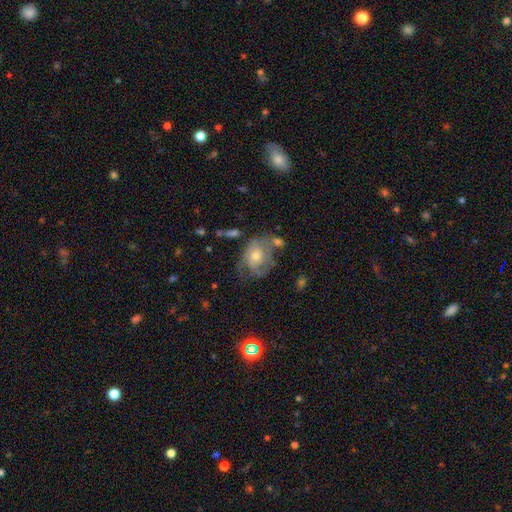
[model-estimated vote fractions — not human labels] smooth_or_featured: featured or disk (p=0.57) [alt: smooth p=0.33]
disk_edge_on: no (p=0.96) [alt: yes p=0.04]
bar: no (p=0.78) [alt: weak p=0.19]
has_spiral_arms: yes (p=0.67) [alt: no p=0.33]
bulge_size: moderate (p=0.56) [alt: small p=0.33]
merging: none (p=0.42) [alt: minor disturbance p=0.25]